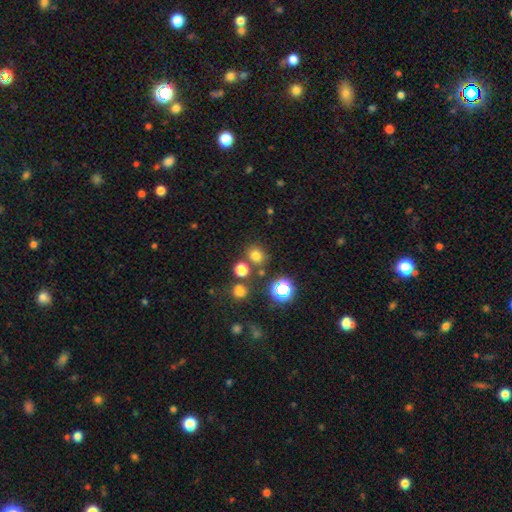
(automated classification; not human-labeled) smooth-or-featured: smooth: 71% | star or artifact: 24% | featured or disk: 6%
  how-rounded: round: 78% | in between: 21% | cigar-shaped: 1%
  merging: none: 77% | merger: 10% | minor disturbance: 10% | major disturbance: 4%